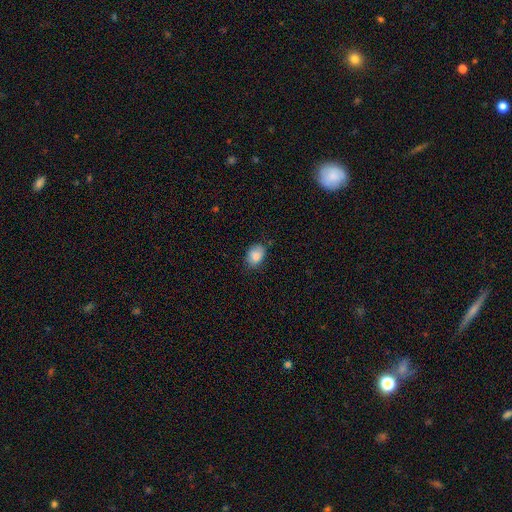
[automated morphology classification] Smooth or featured? smooth (86%)
How rounded? in between (77%)
Merging? none (74%)